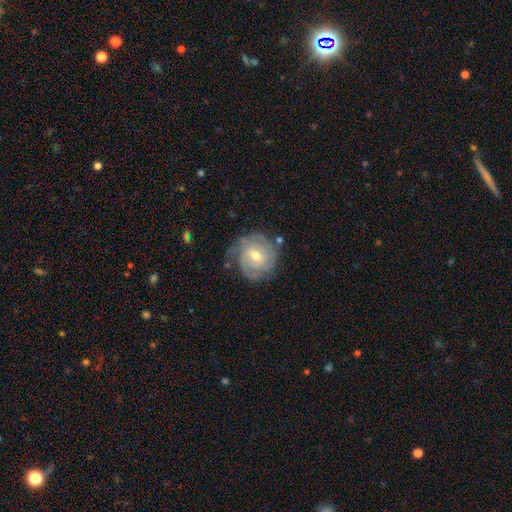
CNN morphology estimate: Smooth or featured? Predicted: featured or disk (p=0.81). Edge-on disk? Predicted: no (p=0.98). Bar? Predicted: weak (p=0.49). Spiral arms? Predicted: yes (p=0.93). Spiral winding? Predicted: tight (p=0.71). Spiral arm count? Predicted: can't tell (p=0.33). Bulge size? Predicted: moderate (p=0.62). Merging? Predicted: none (p=0.69).